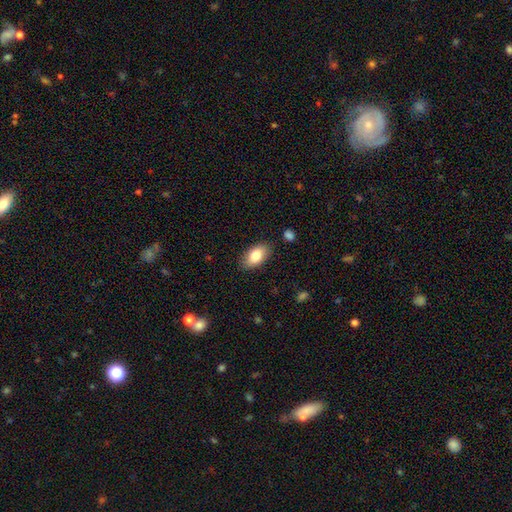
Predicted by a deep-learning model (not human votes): Q: Smooth or featured?
A: smooth (82%); runner-up: featured or disk (11%)
Q: How rounded?
A: in between (93%); runner-up: round (4%)
Q: Merging?
A: none (85%); runner-up: minor disturbance (11%)